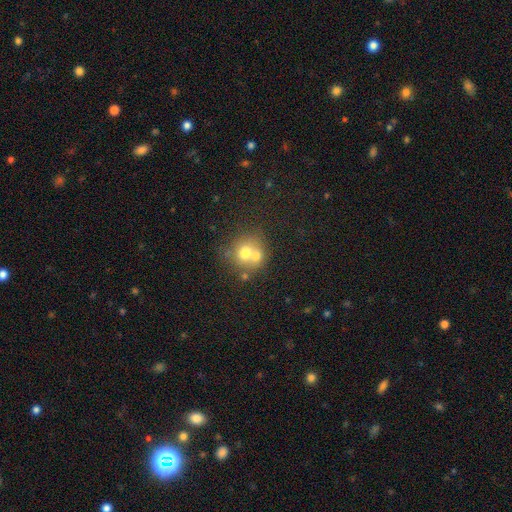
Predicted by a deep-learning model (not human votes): Smooth or featured: smooth — 67% (featured or disk — 22%)
How rounded: round — 78% (in between — 21%)
Merging: merger — 55% (none — 34%)